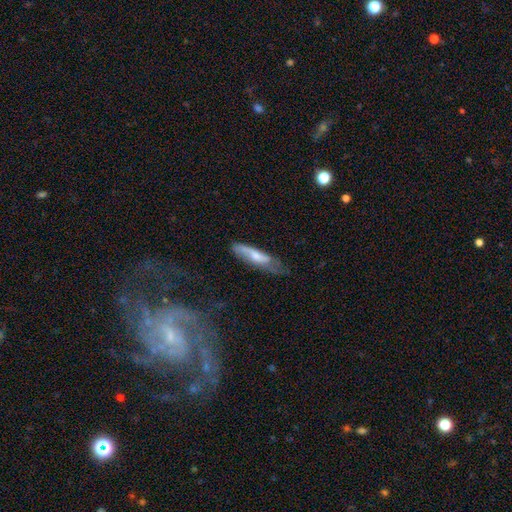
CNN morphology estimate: smooth 51%, featured or disk 42%, star or artifact 6%. Down the decision tree: how rounded — cigar-shaped (74%); merging — none (52%).